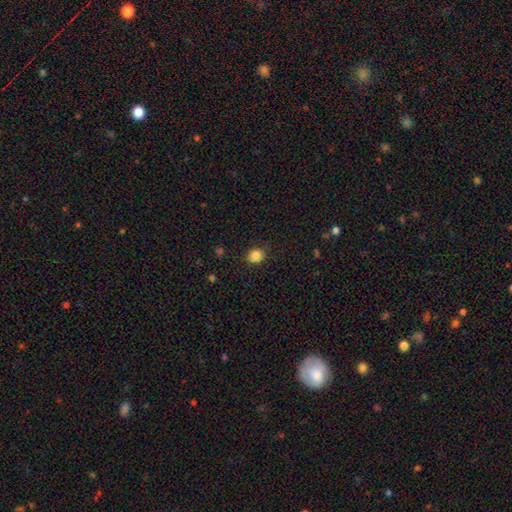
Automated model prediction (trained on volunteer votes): The model was most divided on "how rounded": round: 84%, in between: 15%, cigar-shaped: 1%. More confident: merging — none (87%); smooth or featured — smooth (85%).